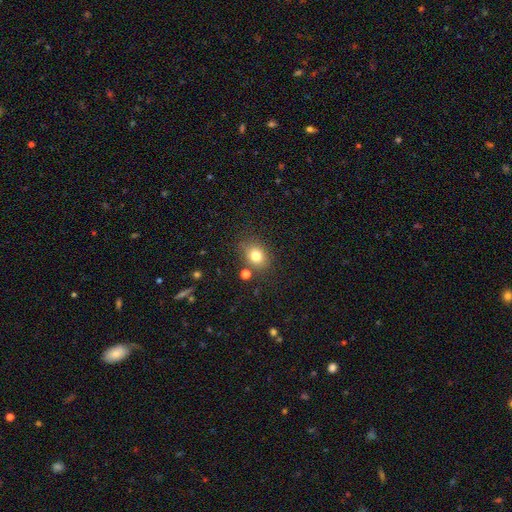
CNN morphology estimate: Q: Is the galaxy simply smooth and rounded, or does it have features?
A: smooth — 79%.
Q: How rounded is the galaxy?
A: in between — 52%.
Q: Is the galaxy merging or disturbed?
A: none — 76%.